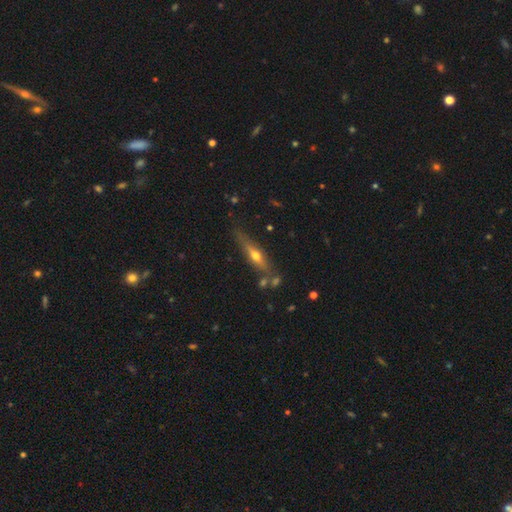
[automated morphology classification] Smooth or featured?
  - featured or disk: 59% *
  - smooth: 34%
  - star or artifact: 7%
Edge-on disk?
  - yes: 90% *
  - no: 10%
Edge-on bulge?
  - rounded: 91% *
  - none: 5%
  - boxy: 3%
Merging?
  - none: 71% *
  - minor disturbance: 18%
  - merger: 7%
  - major disturbance: 5%